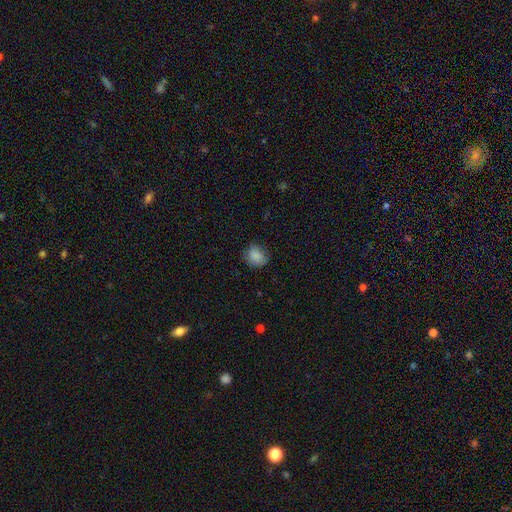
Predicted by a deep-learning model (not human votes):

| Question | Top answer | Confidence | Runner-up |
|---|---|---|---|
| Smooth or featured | smooth | 85% | star or artifact (9%) |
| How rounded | round | 64% | in between (35%) |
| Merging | none | 72% | minor disturbance (22%) |